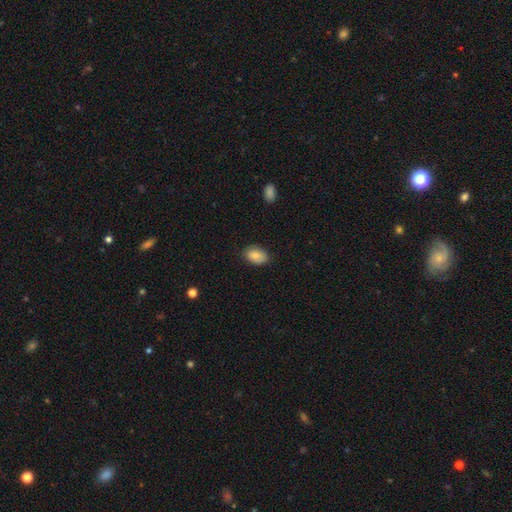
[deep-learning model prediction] This is clearly a smooth galaxy (83%). How rounded: clearly in between (86%). Merging: clearly none (84%).